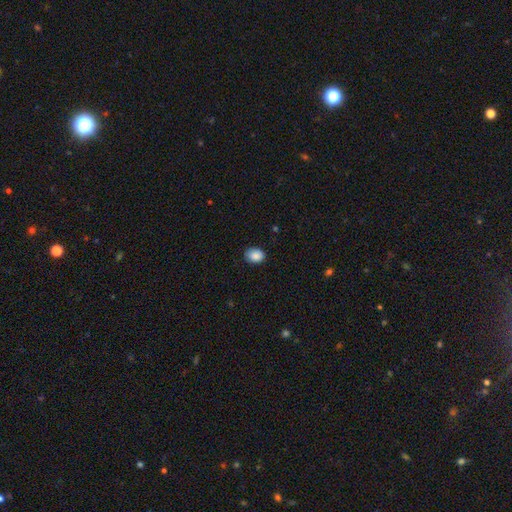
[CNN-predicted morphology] Smooth or featured?
  - smooth: 88% *
  - star or artifact: 8%
  - featured or disk: 4%
How rounded?
  - in between: 60% *
  - round: 39%
  - cigar-shaped: 1%
Merging?
  - none: 81% *
  - minor disturbance: 15%
  - major disturbance: 3%
  - merger: 1%